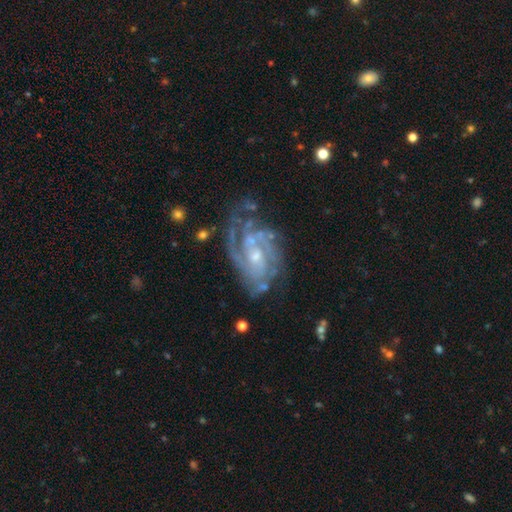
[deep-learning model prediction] featured or disk 90%, star or artifact 6%, smooth 5%. Down the decision tree: edge-on disk — no (97%); bar — no (58%); spiral arms — yes (96%); spiral arm count — 2 (26%); spiral winding — tight (59%); bulge size — small (54%); merging — none (60%).